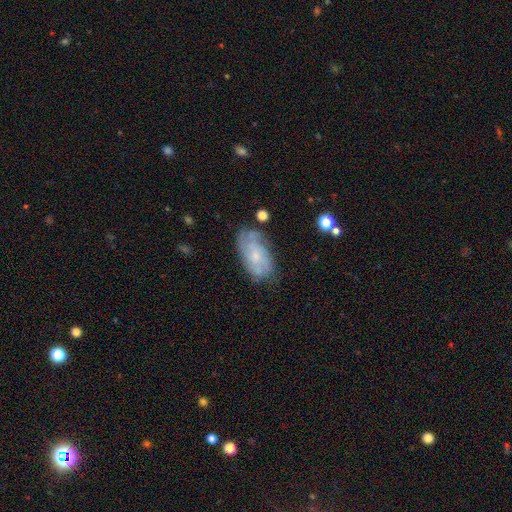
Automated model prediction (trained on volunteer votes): A featured or disk galaxy (61%) with no bar (76%), spiral arms (81%) and a small central bulge (67%).

Vote fractions:
- Smooth or featured? featured or disk: 61% / smooth: 31% / star or artifact: 8%
- Edge-on disk? no: 94% / yes: 6%
- Bar? no: 76% / weak: 21% / strong: 3%
- Spiral arms? yes: 81% / no: 19%
- Bulge size? small: 67% / moderate: 25% / none: 5% / large: 1% / dominant: 1%
- Merging? none: 63% / minor disturbance: 25% / major disturbance: 9% / merger: 3%